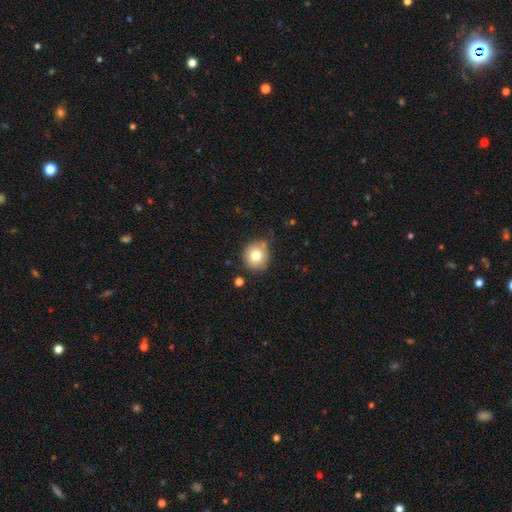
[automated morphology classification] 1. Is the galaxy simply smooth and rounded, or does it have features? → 77% smooth, 12% featured or disk, 11% star or artifact.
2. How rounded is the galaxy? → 91% round, 8% in between, 1% cigar-shaped.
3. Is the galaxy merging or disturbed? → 74% none, 16% minor disturbance, 6% merger, 4% major disturbance.